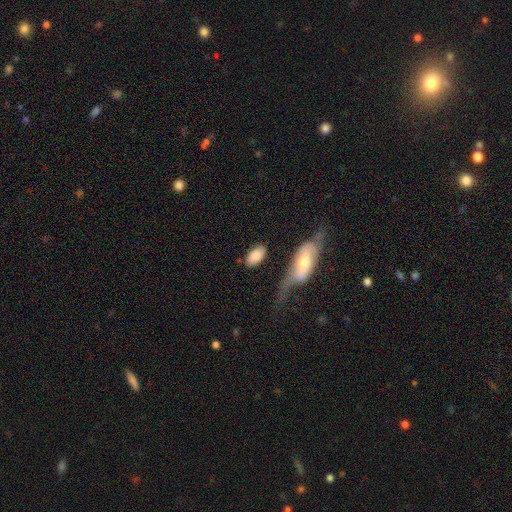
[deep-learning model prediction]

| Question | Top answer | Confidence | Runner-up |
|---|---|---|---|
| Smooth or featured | smooth | 82% | featured or disk (13%) |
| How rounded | in between | 94% | round (4%) |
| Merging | none | 64% | minor disturbance (16%) |